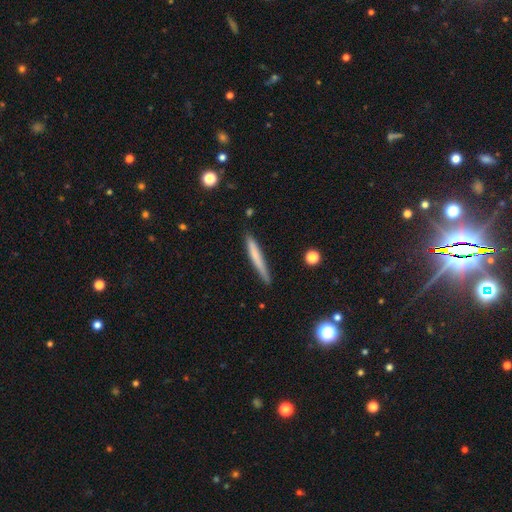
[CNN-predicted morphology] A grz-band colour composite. It shows a smooth galaxy with no disk features (65%) that is cigar-shaped (96%). Merging: none (85%).